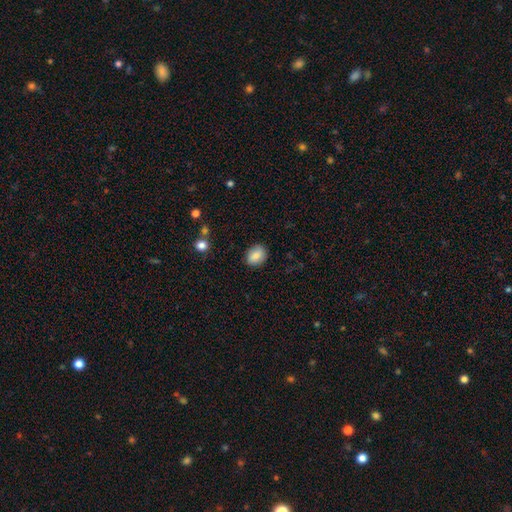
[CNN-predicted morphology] Smooth or featured: smooth — 82% (featured or disk — 11%)
How rounded: in between — 58% (round — 41%)
Merging: none — 86% (minor disturbance — 11%)